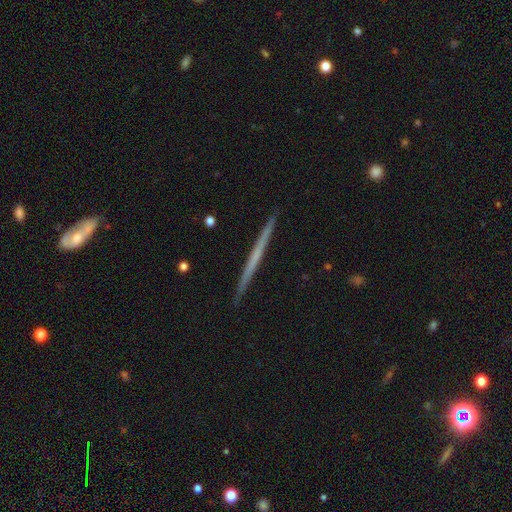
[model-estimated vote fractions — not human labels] Overall: featured or disk (58%; smooth 36%). Edge-on disk: yes (98%). Edge-on bulge: none (90%). Merging: none (93%).